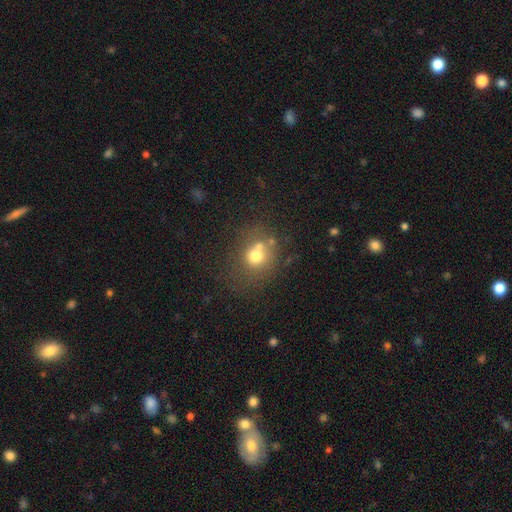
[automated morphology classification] type=smooth (67%); roundness=round (77%); merging=none (54%).